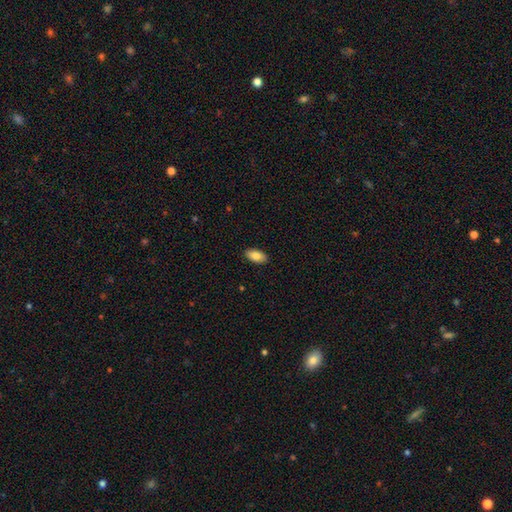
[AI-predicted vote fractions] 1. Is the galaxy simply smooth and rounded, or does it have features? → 84% smooth, 9% featured or disk, 7% star or artifact.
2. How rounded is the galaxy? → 93% in between, 4% cigar-shaped, 3% round.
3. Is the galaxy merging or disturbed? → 90% none, 8% minor disturbance, 2% major disturbance, 1% merger.